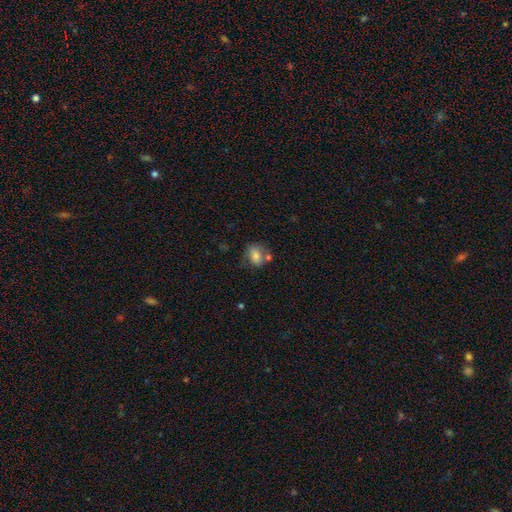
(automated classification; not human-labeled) smooth-or-featured: smooth: 74% | featured or disk: 17% | star or artifact: 9%
  how-rounded: in between: 59% | round: 39% | cigar-shaped: 2%
  merging: none: 55% | merger: 20% | minor disturbance: 19% | major disturbance: 7%